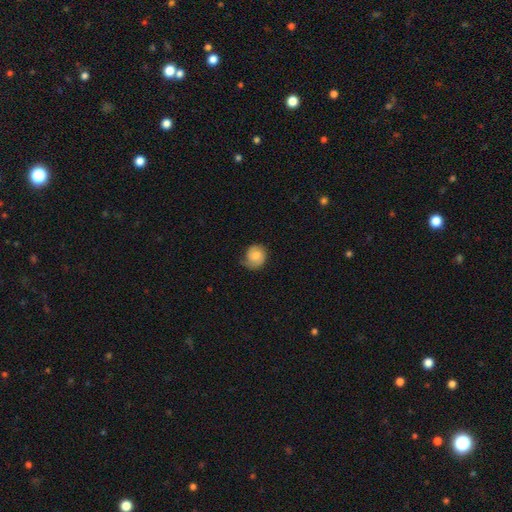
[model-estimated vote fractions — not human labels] Smooth or featured: smooth — 56% (featured or disk — 37%)
How rounded: round — 76% (in between — 23%)
Merging: none — 56% (minor disturbance — 29%)